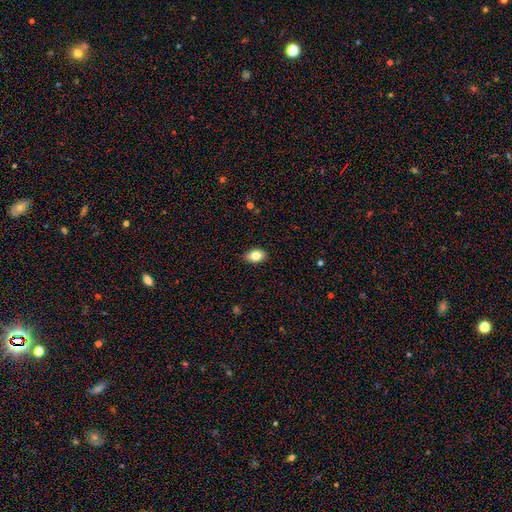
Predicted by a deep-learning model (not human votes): The model was most divided on "how rounded": in between: 84%, round: 15%, cigar-shaped: 1%. More confident: merging — none (88%); smooth or featured — smooth (82%).